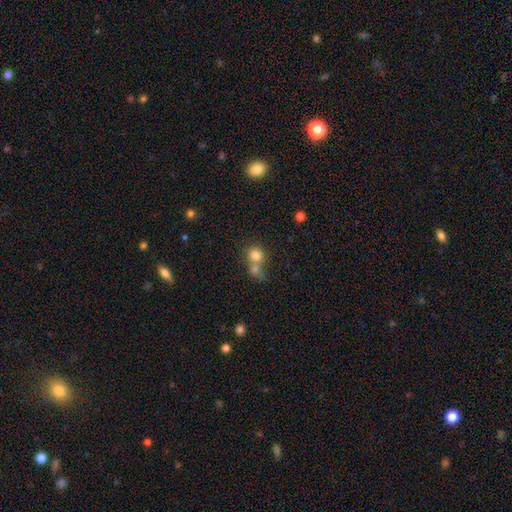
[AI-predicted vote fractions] Smooth or featured?
  - smooth: 80% *
  - star or artifact: 10%
  - featured or disk: 10%
How rounded?
  - round: 83% *
  - in between: 16%
  - cigar-shaped: 1%
Merging?
  - merger: 53% *
  - none: 36%
  - minor disturbance: 7%
  - major disturbance: 4%